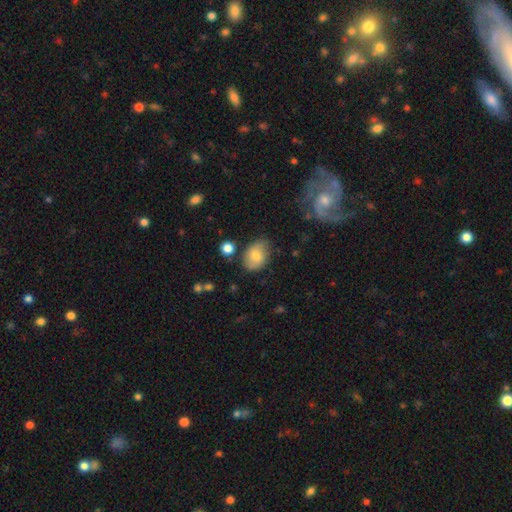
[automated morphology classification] Smooth or featured?
  - smooth: 71% *
  - featured or disk: 21%
  - star or artifact: 8%
How rounded?
  - in between: 74% *
  - round: 24%
  - cigar-shaped: 1%
Merging?
  - none: 69% *
  - minor disturbance: 22%
  - major disturbance: 5%
  - merger: 4%